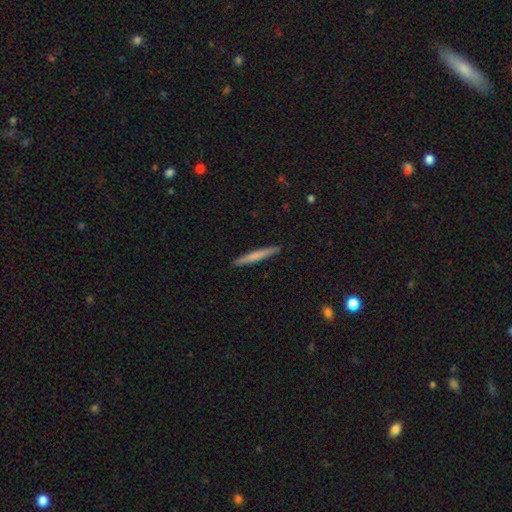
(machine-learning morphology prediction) This appears to be a smooth galaxy with no disk features (65%) that is cigar-shaped (96%). Merging: none (92%).